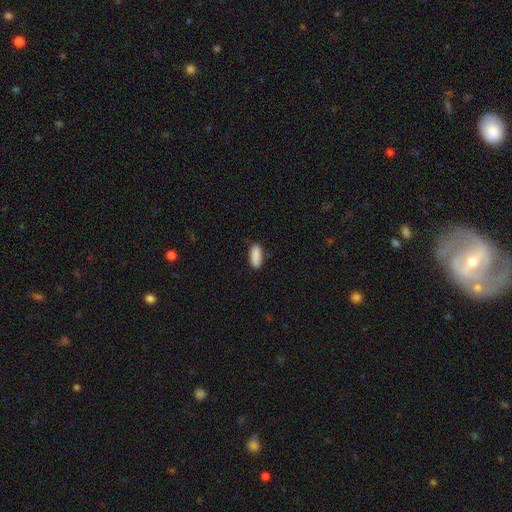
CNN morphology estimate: Overall: smooth (89%). How rounded: in between (74%). Merging: none (83%).